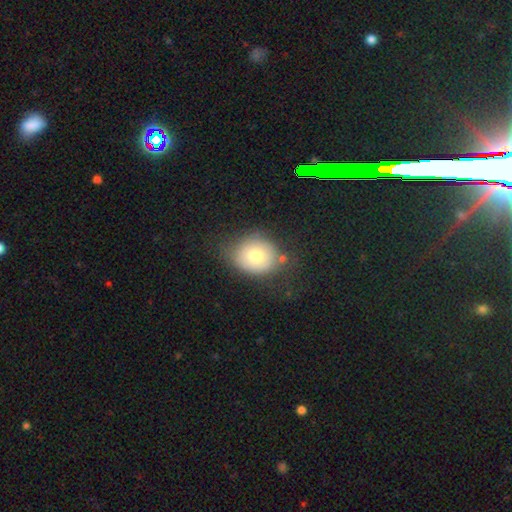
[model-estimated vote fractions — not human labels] The model was most divided on "how rounded": round: 68%, in between: 31%, cigar-shaped: 1%. More confident: smooth or featured — smooth (70%); merging — none (62%).